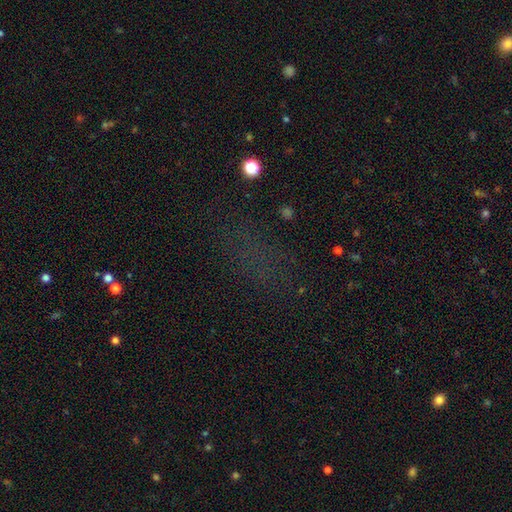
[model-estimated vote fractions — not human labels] Smooth or featured?
  - star or artifact: 56% *
  - smooth: 31%
  - featured or disk: 13%